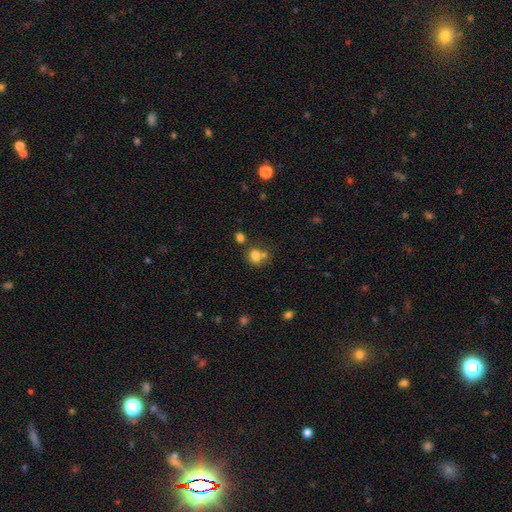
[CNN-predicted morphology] Q: Smooth or featured?
A: smooth (76%); runner-up: star or artifact (13%)
Q: How rounded?
A: round (57%); runner-up: in between (42%)
Q: Merging?
A: none (45%); runner-up: merger (38%)